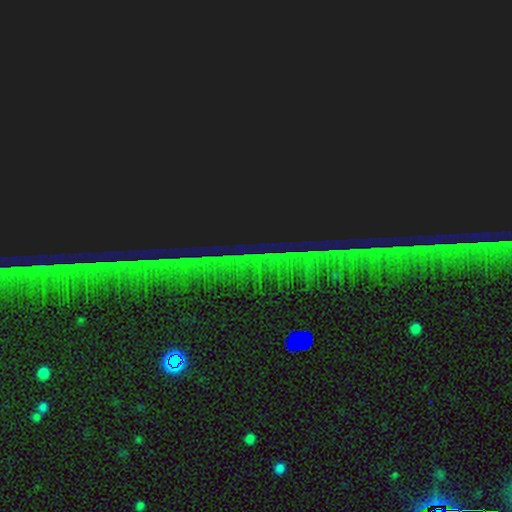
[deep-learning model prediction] The model was most divided on "smooth or featured": star or artifact: 86%, featured or disk: 7%, smooth: 7%.